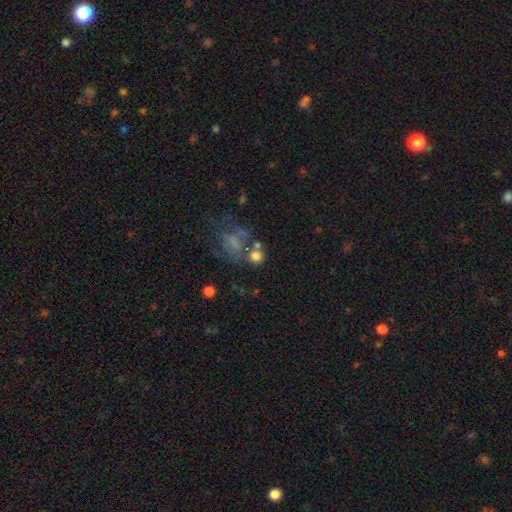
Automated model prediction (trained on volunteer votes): smooth-or-featured: smooth: 74% | star or artifact: 14% | featured or disk: 12%
  how-rounded: round: 84% | in between: 14% | cigar-shaped: 1%
  merging: none: 55% | merger: 22% | minor disturbance: 13% | major disturbance: 10%